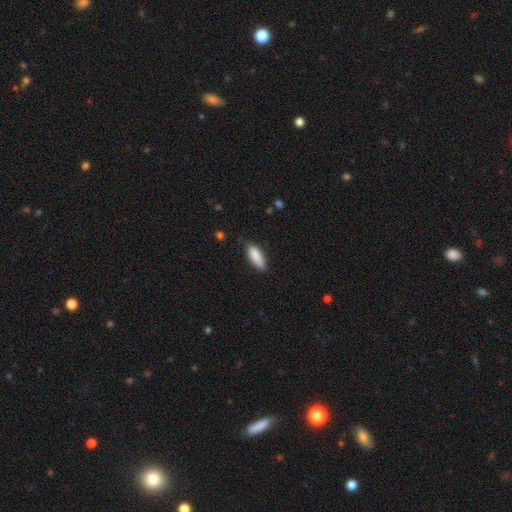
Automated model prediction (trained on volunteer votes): Smooth or featured? Predicted: smooth (p=0.86). How rounded? Predicted: in between (p=0.66). Merging? Predicted: none (p=0.74).